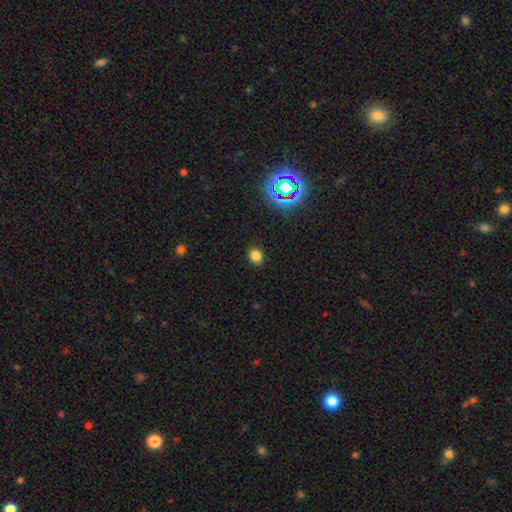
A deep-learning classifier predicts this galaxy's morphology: smooth-or-featured: smooth: 78% | star or artifact: 18% | featured or disk: 5%
  how-rounded: round: 69% | in between: 30% | cigar-shaped: 1%
  merging: none: 89% | minor disturbance: 7% | major disturbance: 2% | merger: 1%